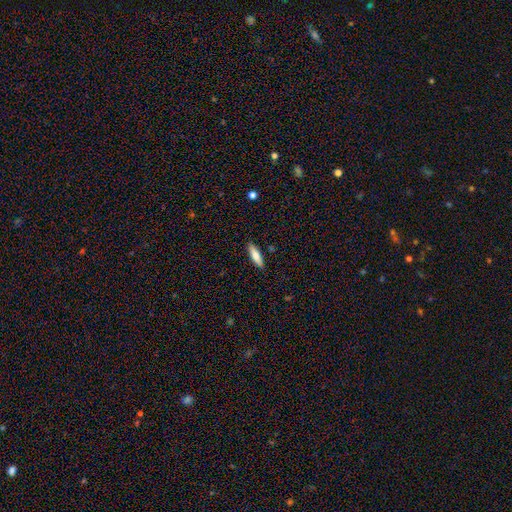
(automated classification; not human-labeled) Smooth or featured? Predicted: smooth (p=0.75). How rounded? Predicted: cigar-shaped (p=0.68). Merging? Predicted: none (p=0.89).